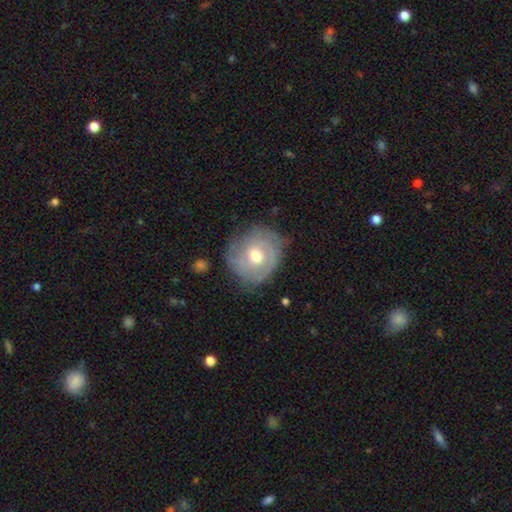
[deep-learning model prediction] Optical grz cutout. It shows a featured or disk galaxy (61%) with no bar (71%), spiral arms (77%) and a moderate central bulge (71%). Merging: none (68%).